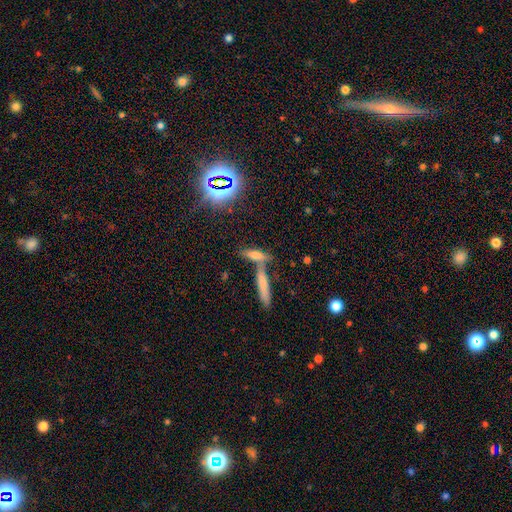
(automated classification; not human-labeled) Smooth or featured?
  - smooth: 61% *
  - featured or disk: 23%
  - star or artifact: 16%
How rounded?
  - cigar-shaped: 63% *
  - in between: 33%
  - round: 4%
Merging?
  - none: 48% *
  - merger: 38%
  - minor disturbance: 10%
  - major disturbance: 5%